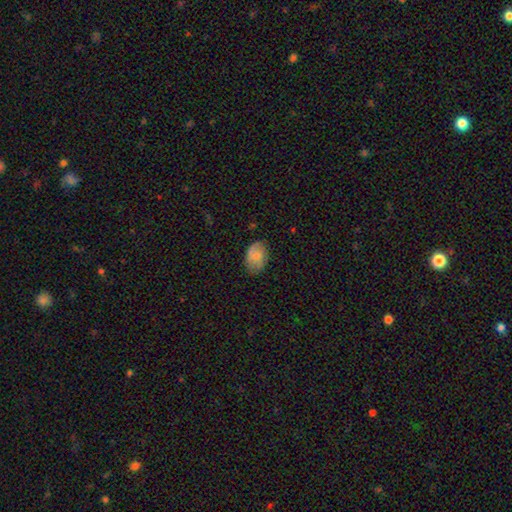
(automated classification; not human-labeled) This appears to be a smooth galaxy with no disk features (67%) that is in between round and cigar-shaped (85%). Merging: none (73%).